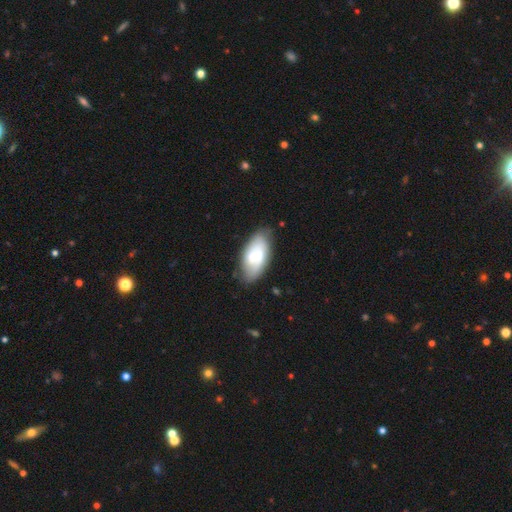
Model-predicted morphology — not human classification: Overall: smooth (49%; featured or disk 44%). Merging: none (73%).